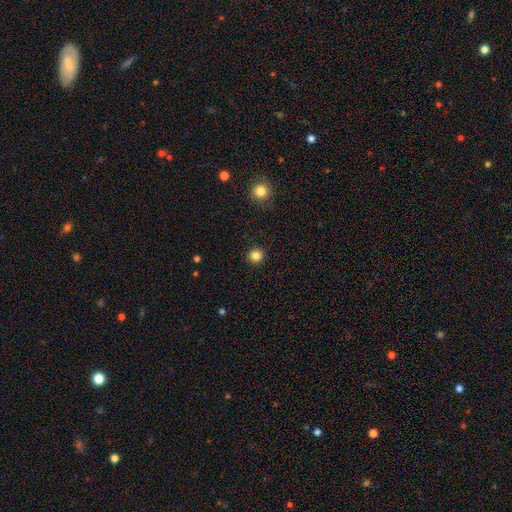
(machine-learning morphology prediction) This is clearly a smooth galaxy (85%). How rounded: clearly round (93%). Merging: clearly none (92%).